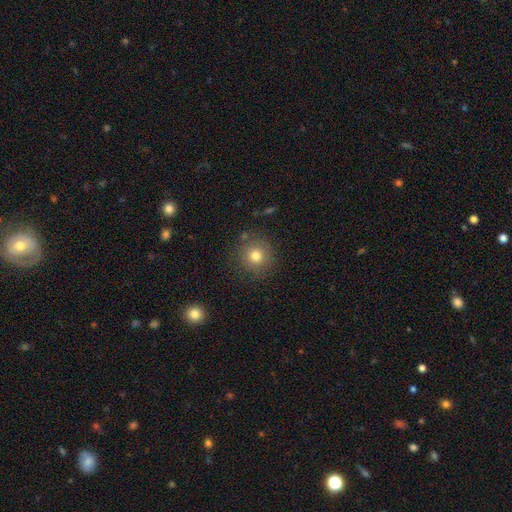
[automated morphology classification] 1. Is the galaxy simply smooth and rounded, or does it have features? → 76% smooth, 13% star or artifact, 11% featured or disk.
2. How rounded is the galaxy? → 93% round, 6% in between, 1% cigar-shaped.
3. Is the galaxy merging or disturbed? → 84% none, 10% minor disturbance, 4% major disturbance, 2% merger.